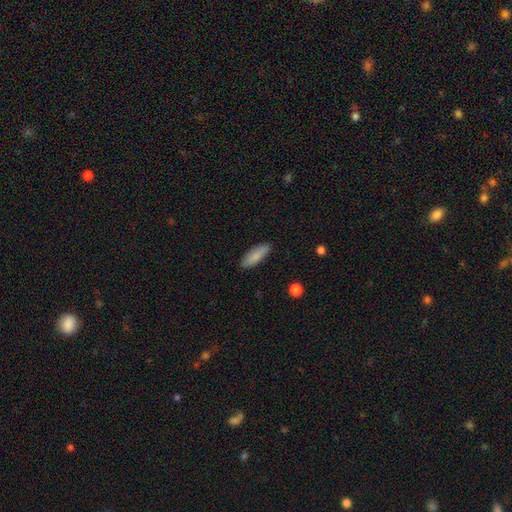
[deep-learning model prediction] Smooth or featured?
  - smooth: 86% *
  - featured or disk: 8%
  - star or artifact: 6%
How rounded?
  - in between: 56% *
  - cigar-shaped: 43%
  - round: 2%
Merging?
  - none: 88% *
  - minor disturbance: 9%
  - major disturbance: 2%
  - merger: 1%